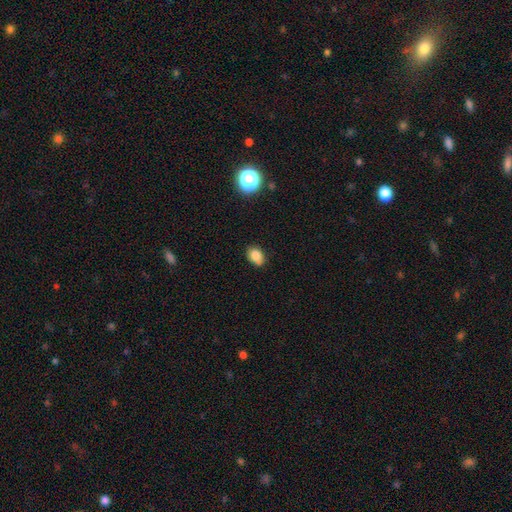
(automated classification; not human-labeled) A smooth galaxy with no disk features (82%) that is in between round and cigar-shaped (76%). Merging: none (77%).